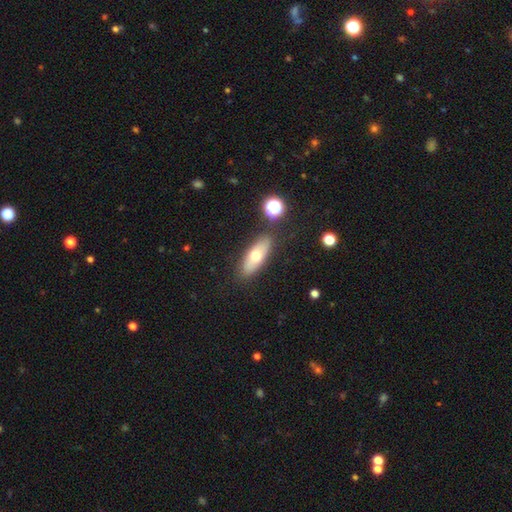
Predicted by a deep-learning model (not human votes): smooth 63%, featured or disk 29%, star or artifact 8%. Down the decision tree: how rounded — in between (71%); merging — none (84%).